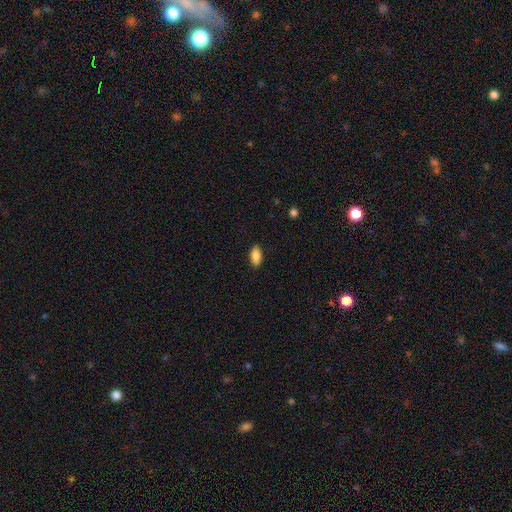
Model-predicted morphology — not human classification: This appears to be a smooth galaxy with no disk features (85%) that is in between round and cigar-shaped (91%). Merging: none (87%).